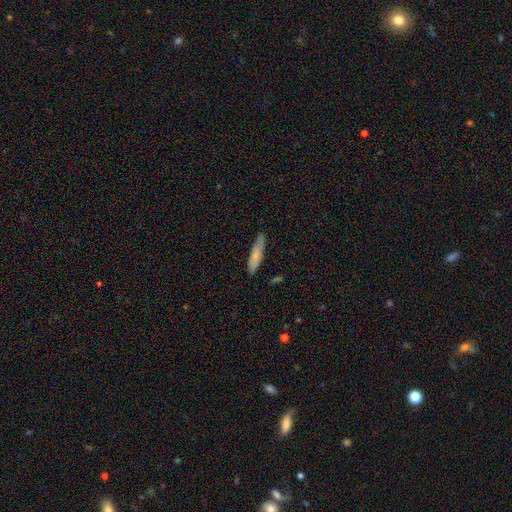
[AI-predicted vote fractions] Q: Smooth or featured?
A: smooth (72%); runner-up: featured or disk (22%)
Q: How rounded?
A: cigar-shaped (78%); runner-up: in between (21%)
Q: Merging?
A: none (81%); runner-up: minor disturbance (15%)